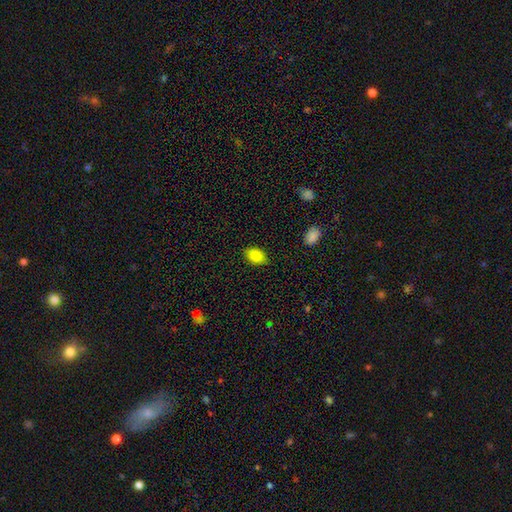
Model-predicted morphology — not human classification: Smooth or featured?
  - smooth: 88% *
  - star or artifact: 8%
  - featured or disk: 4%
How rounded?
  - in between: 86% *
  - round: 13%
  - cigar-shaped: 1%
Merging?
  - none: 85% *
  - minor disturbance: 11%
  - major disturbance: 3%
  - merger: 1%